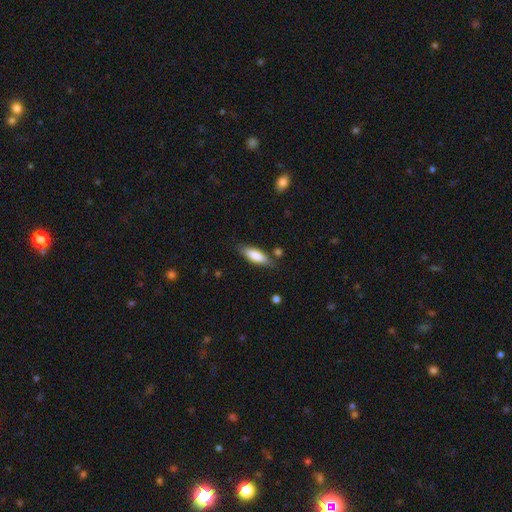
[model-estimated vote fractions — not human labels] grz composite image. It shows a smooth galaxy with no disk features (82%) that is in between round and cigar-shaped (57%). Merging: none (79%).